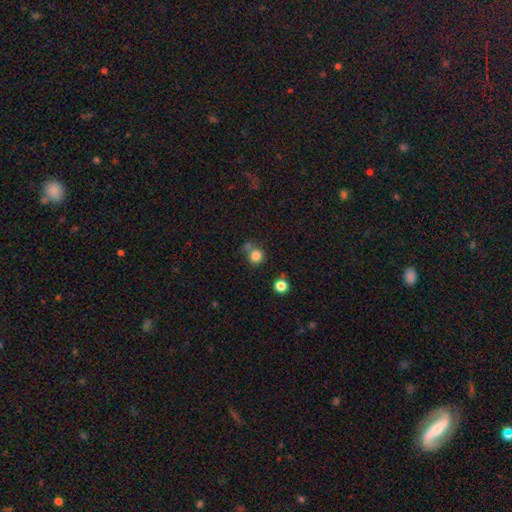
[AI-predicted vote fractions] A smooth galaxy with no disk features (81%) that is round (90%).

Vote fractions:
- Smooth or featured? smooth: 81% / star or artifact: 13% / featured or disk: 6%
- How rounded? round: 90% / in between: 10% / cigar-shaped: 1%
- Merging? none: 63% / merger: 17% / minor disturbance: 14% / major disturbance: 6%